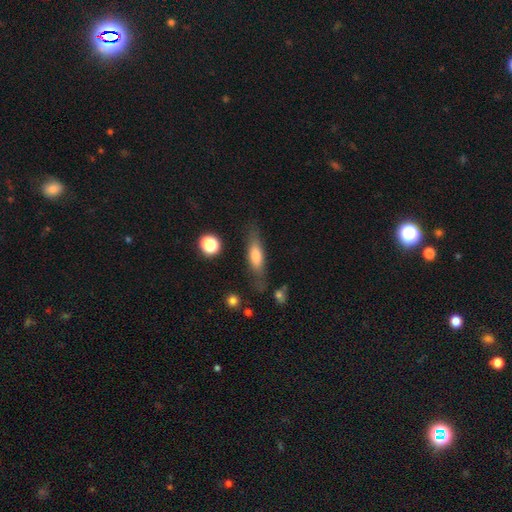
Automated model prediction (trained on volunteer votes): Smooth or featured?
  - smooth: 65% *
  - featured or disk: 28%
  - star or artifact: 7%
How rounded?
  - cigar-shaped: 56% *
  - in between: 41%
  - round: 3%
Merging?
  - none: 70% *
  - minor disturbance: 19%
  - major disturbance: 7%
  - merger: 4%